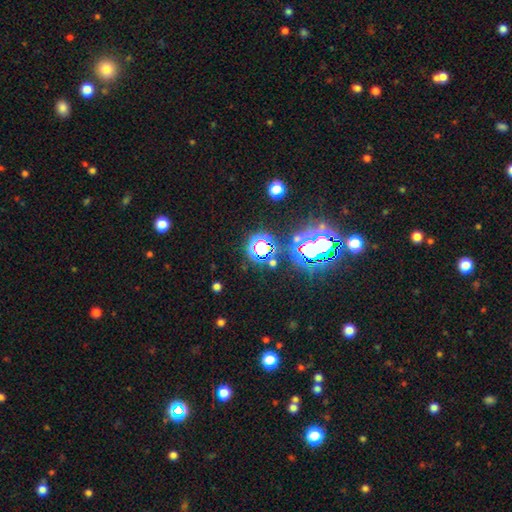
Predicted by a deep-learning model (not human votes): Smooth or featured?
  - star or artifact: 71% *
  - smooth: 20%
  - featured or disk: 9%